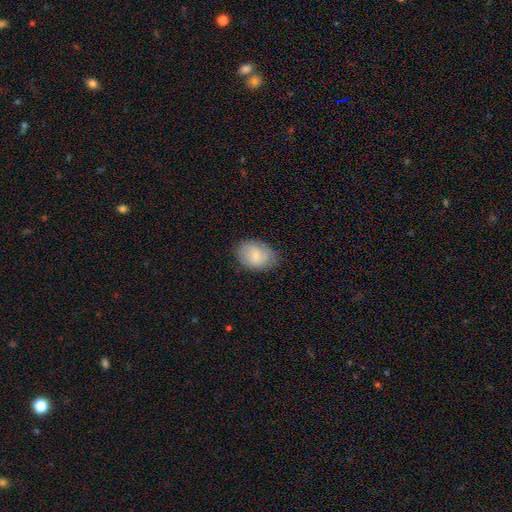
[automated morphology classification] Q: Smooth or featured?
A: smooth (79%); runner-up: featured or disk (14%)
Q: How rounded?
A: in between (80%); runner-up: round (19%)
Q: Merging?
A: none (75%); runner-up: minor disturbance (19%)